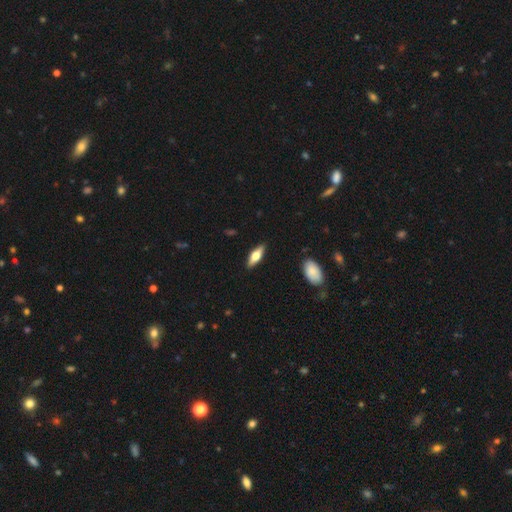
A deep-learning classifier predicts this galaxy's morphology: Overall: smooth (55%; featured or disk 40%). How rounded: in between (58%; cigar-shaped 39%). Merging: none (89%).